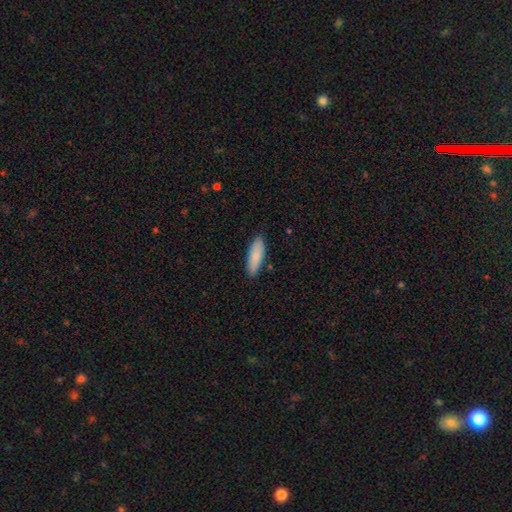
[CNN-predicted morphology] Smooth or featured: smooth — 87% (featured or disk — 8%)
How rounded: in between — 56% (cigar-shaped — 43%)
Merging: none — 88% (minor disturbance — 10%)